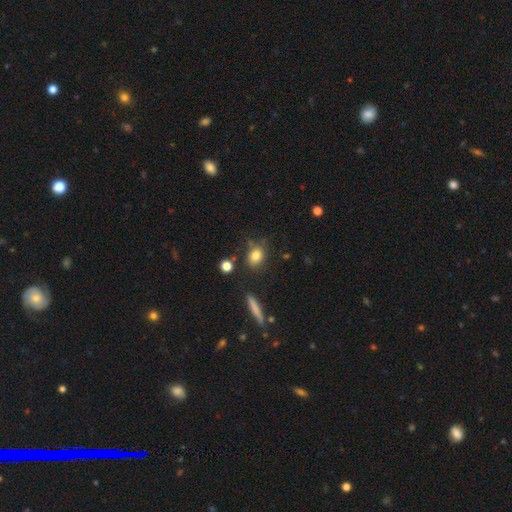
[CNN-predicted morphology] Overall: smooth (81%). How rounded: in between (51%; round 45%). Merging: none (73%).